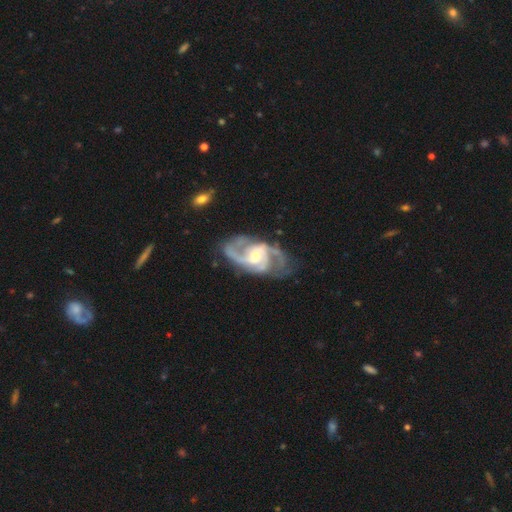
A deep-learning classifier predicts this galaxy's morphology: smooth-or-featured: featured or disk: 91% | smooth: 4% | star or artifact: 4%
  disk-edge-on: no: 97% | yes: 3%
    bar: weak: 45% | no: 43% | strong: 12%
    has-spiral-arms: yes: 98% | no: 2%
      spiral-winding: medium: 55% | tight: 27% | loose: 18%
      spiral-arm-count: 2: 51% | 3: 26% | can't tell: 11% | 4: 5% | 1: 4% | more than 4: 4%
    bulge-size: moderate: 53% | small: 39% | large: 5% | none: 2% | dominant: 1%
  merging: none: 63% | minor disturbance: 20% | major disturbance: 14% | merger: 2%